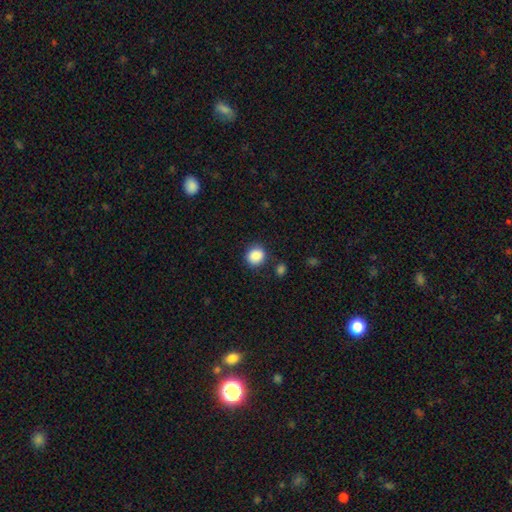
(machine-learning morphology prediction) This is clearly a smooth galaxy (88%). How rounded: likely round (76%). Merging: clearly none (82%).